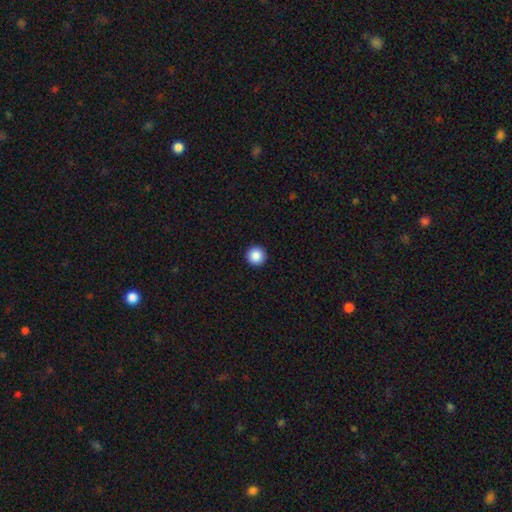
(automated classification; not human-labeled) Smooth or featured? smooth (88%)
How rounded? round (97%)
Merging? none (94%)